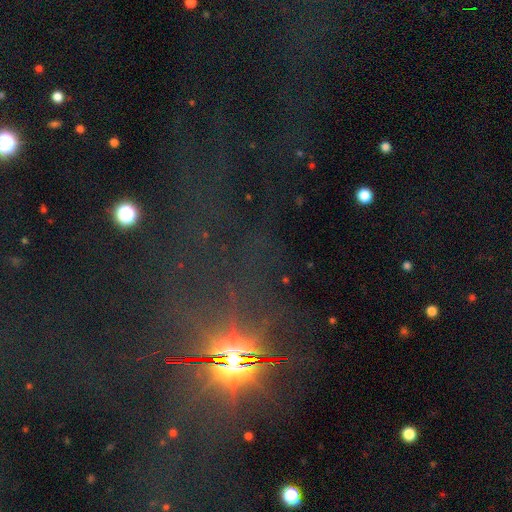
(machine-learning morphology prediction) Q: Smooth or featured?
A: star or artifact (75%); runner-up: featured or disk (13%)